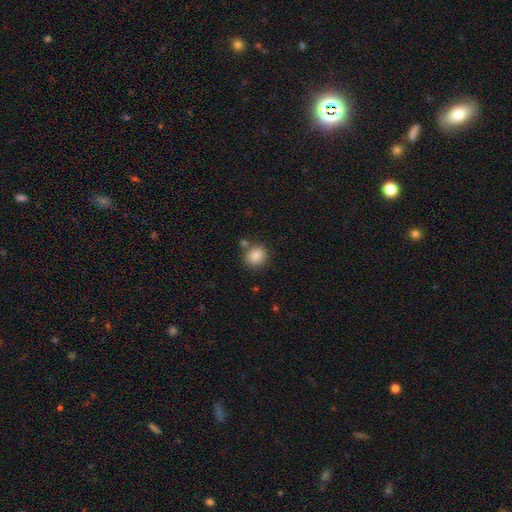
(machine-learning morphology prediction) A smooth galaxy with no disk features (86%) that is round (77%).

Vote fractions:
- Smooth or featured? smooth: 86% / star or artifact: 9% / featured or disk: 5%
- How rounded? round: 77% / in between: 22% / cigar-shaped: 1%
- Merging? none: 77% / minor disturbance: 10% / merger: 9% / major disturbance: 3%